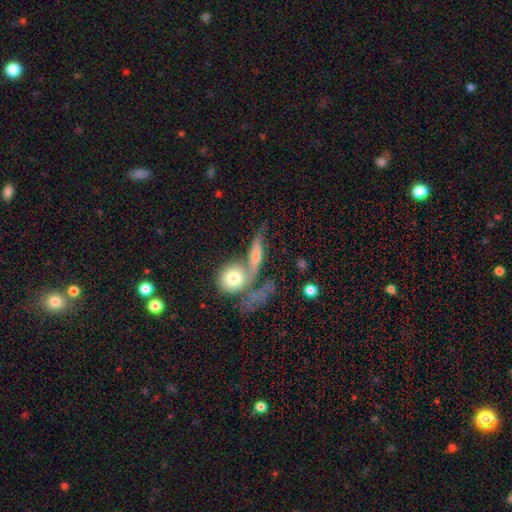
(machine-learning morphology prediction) smooth-or-featured: smooth: 53% | featured or disk: 38% | star or artifact: 9%
  how-rounded: cigar-shaped: 42% | in between: 36% | round: 22%
  merging: merger: 41% | none: 36% | minor disturbance: 13% | major disturbance: 10%